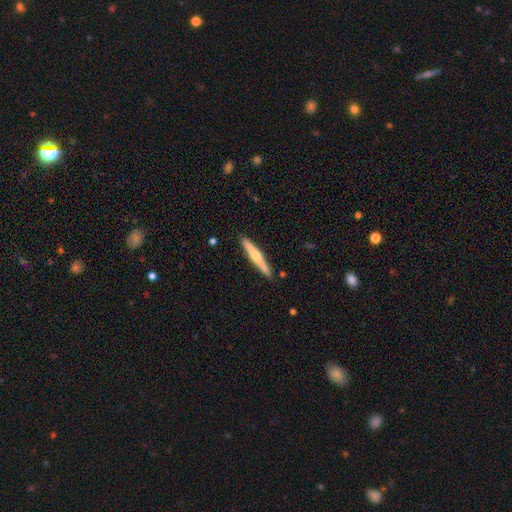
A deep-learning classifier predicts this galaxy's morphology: Smooth or featured?
  - featured or disk: 55% *
  - smooth: 40%
  - star or artifact: 5%
Edge-on disk?
  - yes: 97% *
  - no: 3%
Edge-on bulge?
  - rounded: 82% *
  - none: 13%
  - boxy: 5%
Merging?
  - none: 90% *
  - minor disturbance: 7%
  - merger: 1%
  - major disturbance: 1%